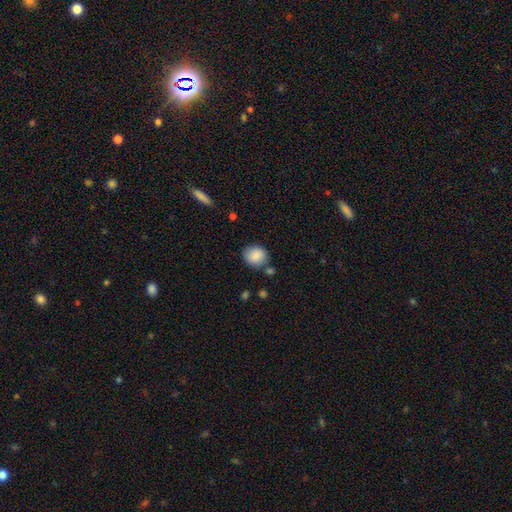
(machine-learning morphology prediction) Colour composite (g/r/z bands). It shows a smooth galaxy with no disk features (87%) that is round (79%). Merging: none (78%).